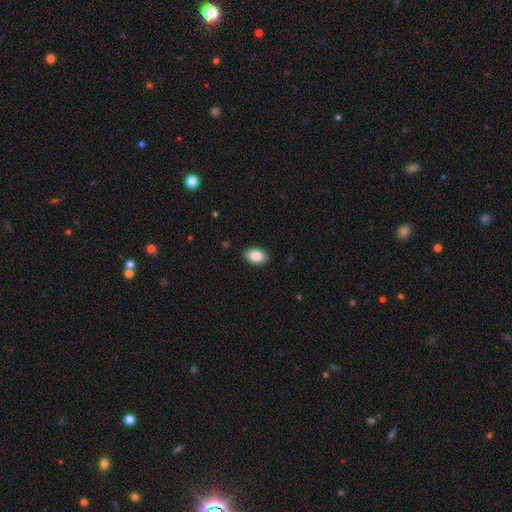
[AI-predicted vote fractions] smooth 88%, star or artifact 7%, featured or disk 5%. Down the decision tree: how rounded — in between (89%); merging — none (89%).